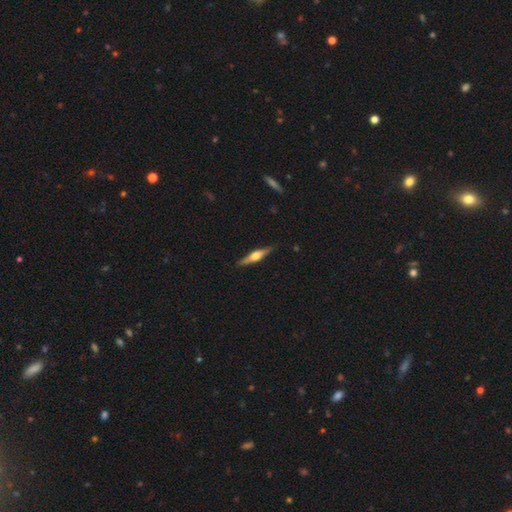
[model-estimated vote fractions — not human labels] Q: Smooth or featured?
A: featured or disk (69%); runner-up: smooth (26%)
Q: Edge-on disk?
A: yes (97%); runner-up: no (3%)
Q: Edge-on bulge?
A: rounded (92%); runner-up: boxy (5%)
Q: Merging?
A: none (89%); runner-up: minor disturbance (8%)